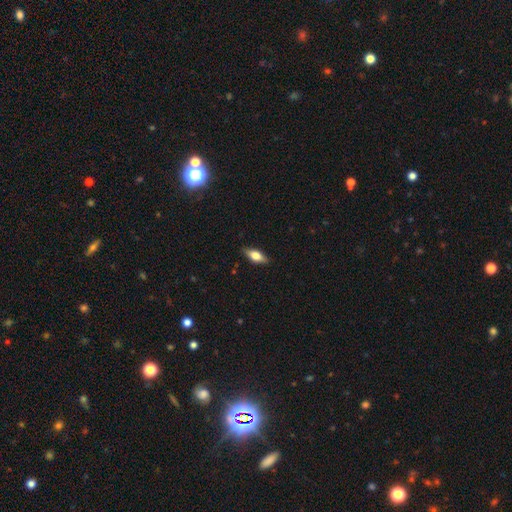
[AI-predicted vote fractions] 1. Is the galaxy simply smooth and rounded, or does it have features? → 57% smooth, 36% featured or disk, 7% star or artifact.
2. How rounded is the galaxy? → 73% in between, 23% cigar-shaped, 4% round.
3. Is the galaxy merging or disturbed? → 87% none, 10% minor disturbance, 2% major disturbance, 1% merger.